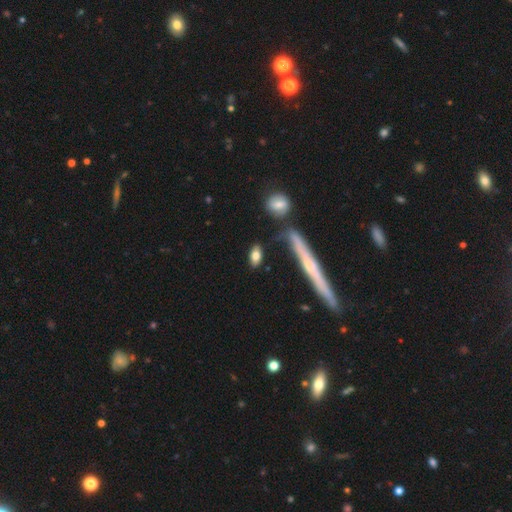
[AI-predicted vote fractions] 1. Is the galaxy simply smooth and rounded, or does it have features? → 76% smooth, 17% featured or disk, 7% star or artifact.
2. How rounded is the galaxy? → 80% in between, 14% cigar-shaped, 6% round.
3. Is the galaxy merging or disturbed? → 77% none, 13% minor disturbance, 5% merger, 4% major disturbance.